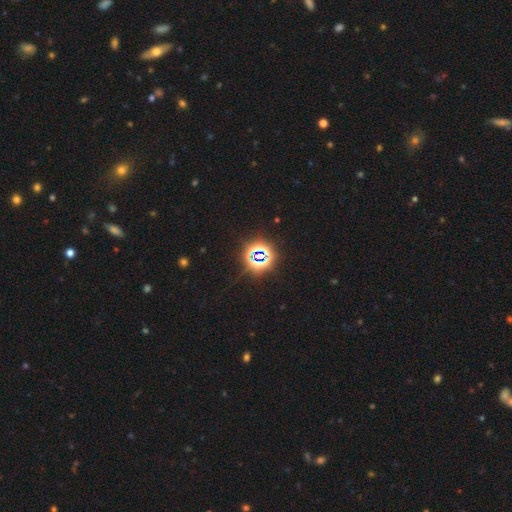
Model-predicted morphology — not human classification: A star or artifact, not a galaxy (76%).